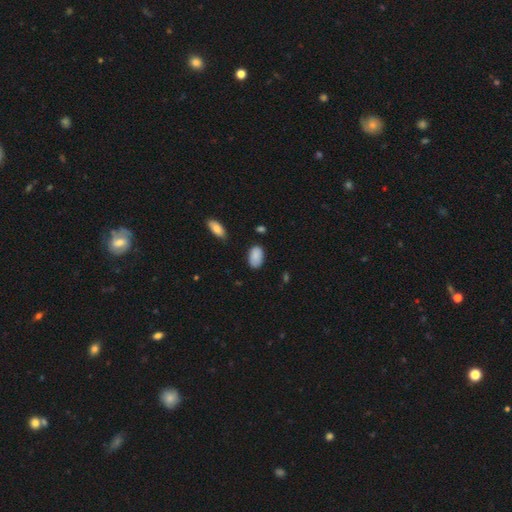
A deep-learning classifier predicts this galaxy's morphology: smooth-or-featured: smooth: 87% | star or artifact: 7% | featured or disk: 6%
  how-rounded: in between: 94% | round: 5% | cigar-shaped: 1%
  merging: none: 76% | minor disturbance: 18% | major disturbance: 3% | merger: 2%